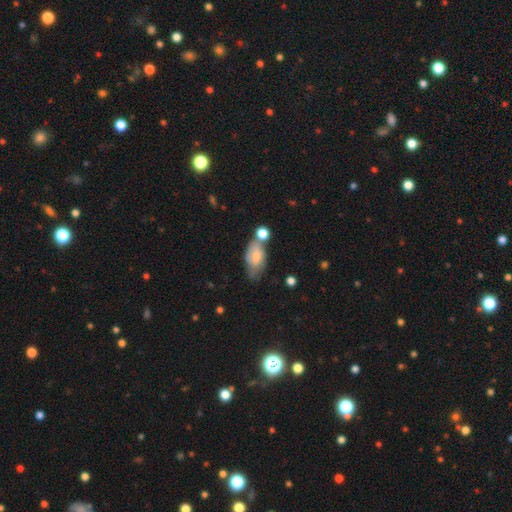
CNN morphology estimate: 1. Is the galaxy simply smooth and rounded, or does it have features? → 63% smooth, 30% featured or disk, 7% star or artifact.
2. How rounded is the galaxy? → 89% in between, 7% round, 4% cigar-shaped.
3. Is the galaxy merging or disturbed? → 36% none, 28% minor disturbance, 24% merger, 13% major disturbance.